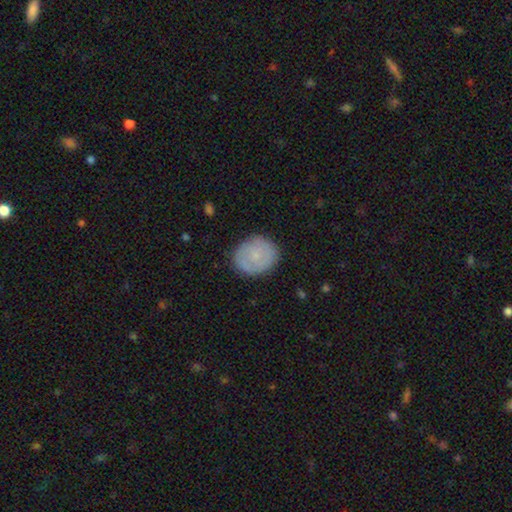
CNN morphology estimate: type=smooth (59%); roundness=round (71%); merging=none (83%).